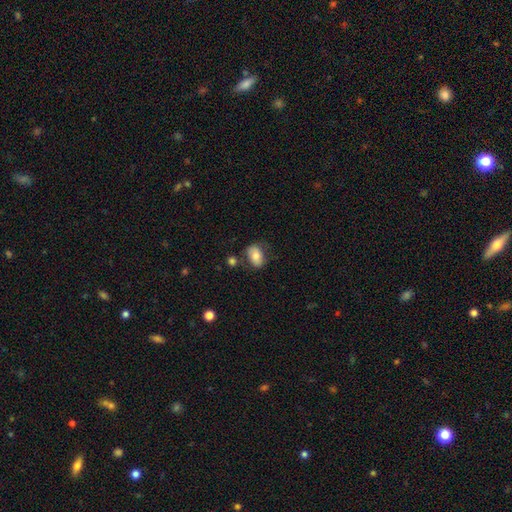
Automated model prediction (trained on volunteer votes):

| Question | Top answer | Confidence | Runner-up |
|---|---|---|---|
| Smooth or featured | smooth | 76% | featured or disk (17%) |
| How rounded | in between | 84% | round (14%) |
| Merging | none | 64% | minor disturbance (21%) |